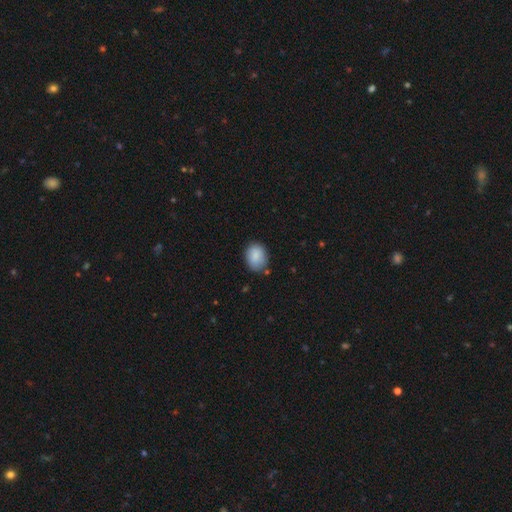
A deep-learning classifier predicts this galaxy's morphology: Smooth or featured? Predicted: smooth (p=0.87). How rounded? Predicted: in between (p=0.62). Merging? Predicted: none (p=0.75).